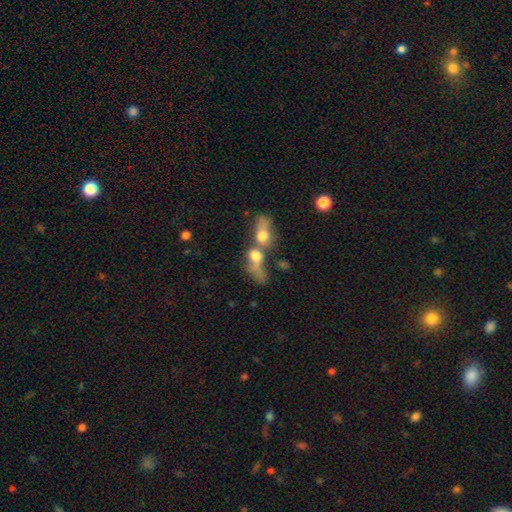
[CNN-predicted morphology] Smooth or featured?
  - smooth: 61% *
  - featured or disk: 27%
  - star or artifact: 12%
How rounded?
  - in between: 57% *
  - round: 33%
  - cigar-shaped: 10%
Merging?
  - merger: 75% *
  - major disturbance: 11%
  - none: 9%
  - minor disturbance: 5%